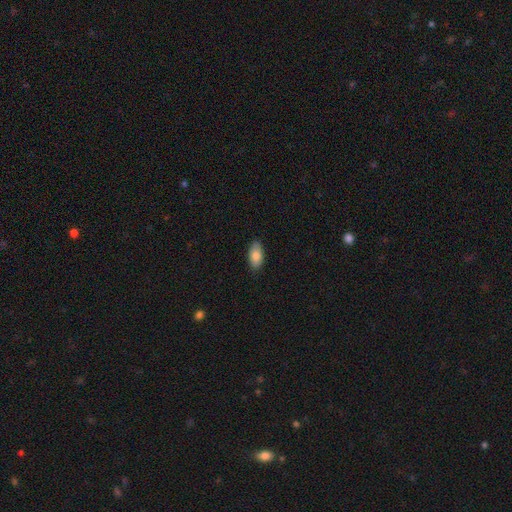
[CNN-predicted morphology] smooth_or_featured: smooth (p=0.83) [alt: featured or disk p=0.11]
how_rounded: in between (p=0.93) [alt: cigar-shaped p=0.05]
merging: none (p=0.86) [alt: minor disturbance p=0.11]